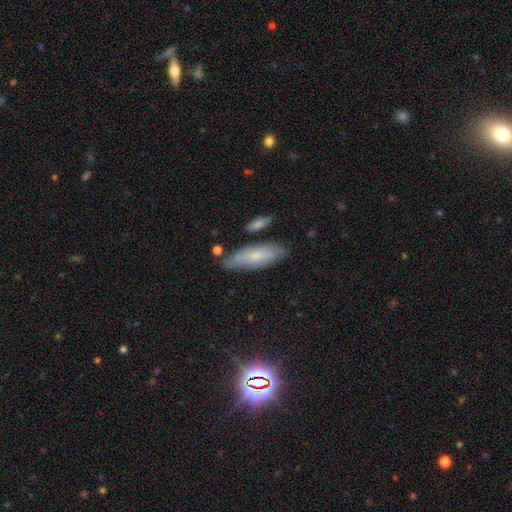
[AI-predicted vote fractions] Q: Smooth or featured?
A: smooth (63%); runner-up: featured or disk (29%)
Q: How rounded?
A: in between (57%); runner-up: cigar-shaped (41%)
Q: Merging?
A: none (74%); runner-up: minor disturbance (18%)